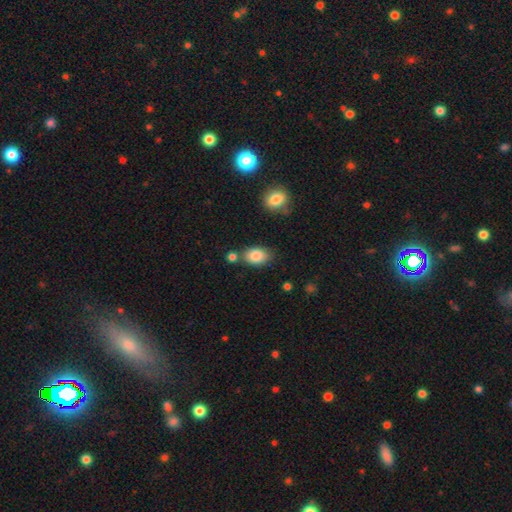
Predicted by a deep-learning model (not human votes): Smooth or featured? smooth (85%)
How rounded? in between (84%)
Merging? none (69%)